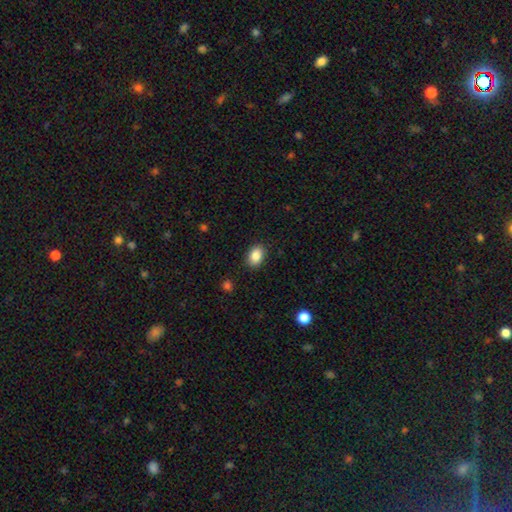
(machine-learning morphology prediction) This appears to be a smooth galaxy with no disk features (87%) that is in between round and cigar-shaped (78%). Merging: none (88%).